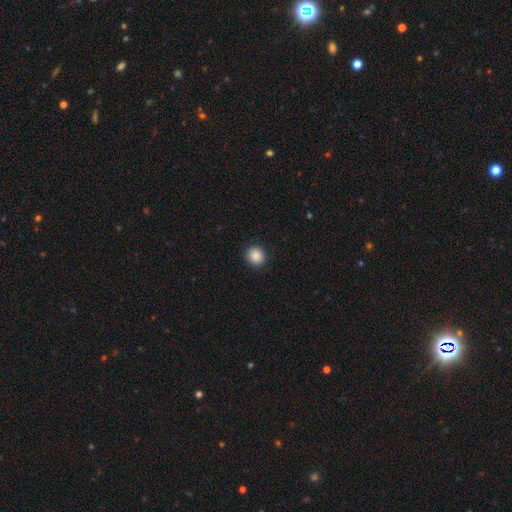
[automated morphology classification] This appears to be a smooth galaxy with no disk features (88%) that is round (90%). Merging: none (91%).